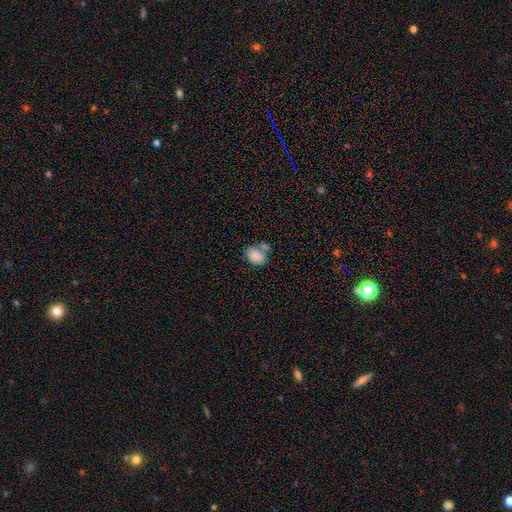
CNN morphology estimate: Overall: smooth (84%). How rounded: in between (78%). Merging: none (43%; merger 36%).